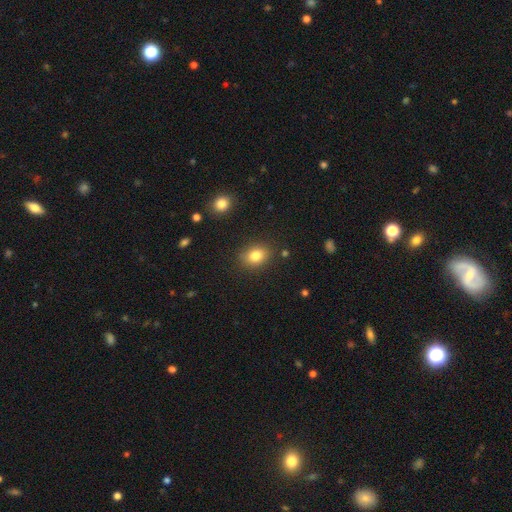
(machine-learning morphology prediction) Overall: smooth (81%). How rounded: in between (56%; round 42%). Merging: none (86%).